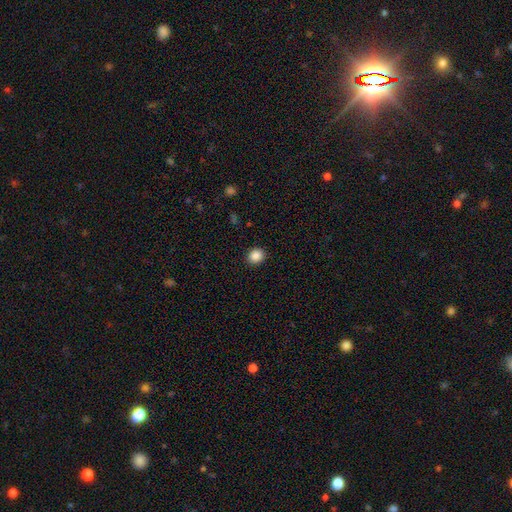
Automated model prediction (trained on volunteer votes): Overall: smooth (87%). How rounded: round (77%). Merging: none (91%).